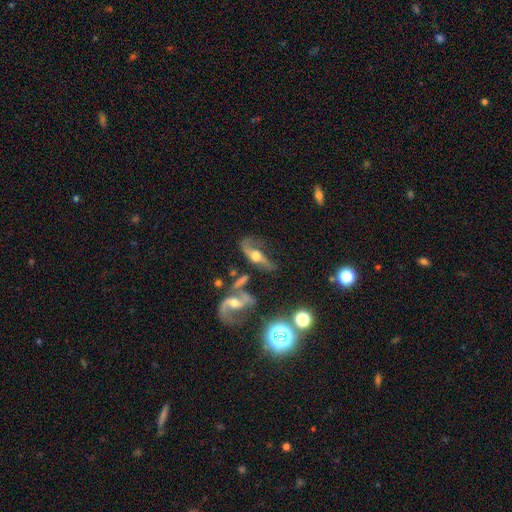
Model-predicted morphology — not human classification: type=featured or disk (76%); edge-on=no (76%); bar=no (57%); spiral arms=yes (84%); bulge=moderate (61%); merging=none (40%).